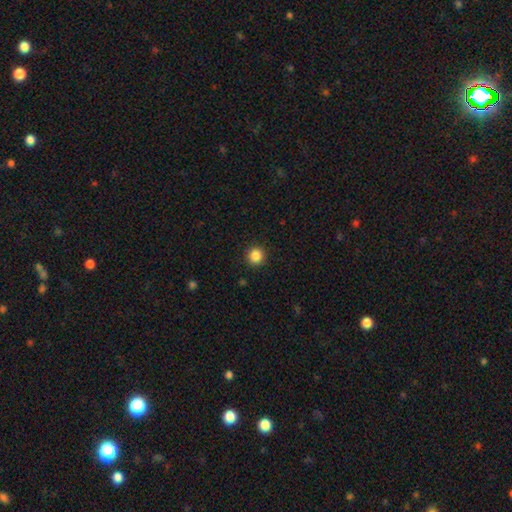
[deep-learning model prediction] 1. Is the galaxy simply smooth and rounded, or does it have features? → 86% smooth, 11% star or artifact, 3% featured or disk.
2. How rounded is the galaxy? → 93% round, 6% in between, 1% cigar-shaped.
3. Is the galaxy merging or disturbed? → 92% none, 5% minor disturbance, 2% major disturbance, 1% merger.